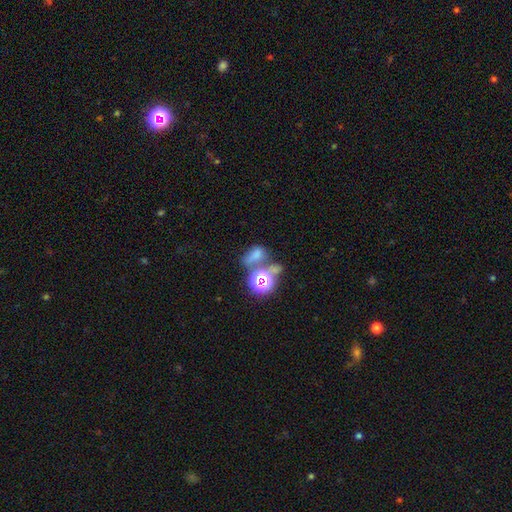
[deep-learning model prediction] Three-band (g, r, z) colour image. It shows a smooth galaxy with no disk features (54%) that is in between round and cigar-shaped (64%). Merging: none (34%, tied with merger).